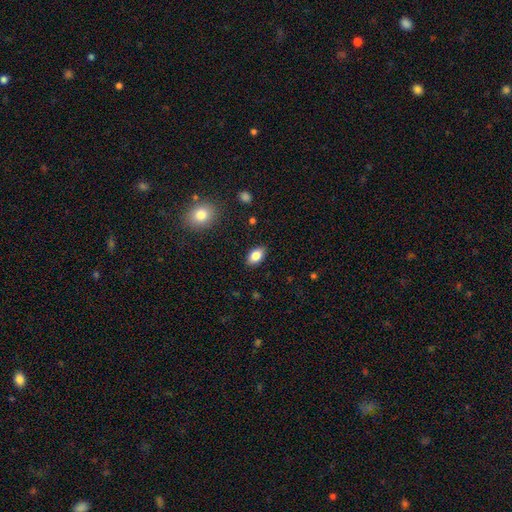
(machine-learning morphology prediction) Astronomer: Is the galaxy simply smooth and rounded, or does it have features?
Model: smooth — 83%.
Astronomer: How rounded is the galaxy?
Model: in between — 90%.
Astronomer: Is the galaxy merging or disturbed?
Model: none — 87%.